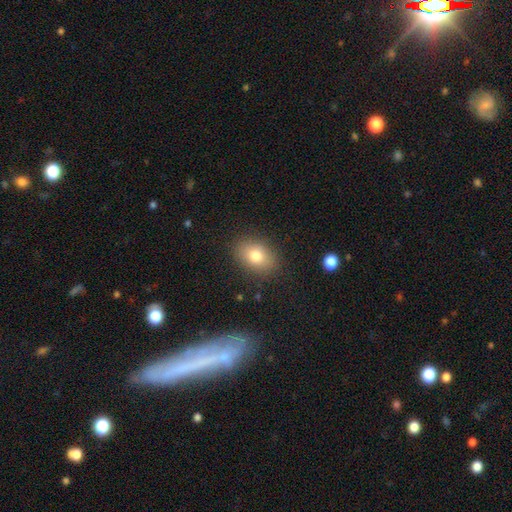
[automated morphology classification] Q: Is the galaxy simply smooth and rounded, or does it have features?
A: smooth — 79%.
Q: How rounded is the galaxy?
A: in between — 76%.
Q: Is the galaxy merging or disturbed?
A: none — 86%.